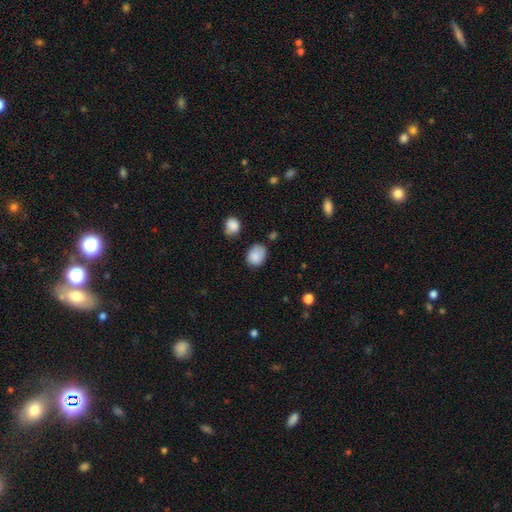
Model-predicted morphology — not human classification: smooth-or-featured: smooth: 86% | star or artifact: 9% | featured or disk: 5%
  how-rounded: in between: 59% | round: 40% | cigar-shaped: 1%
  merging: none: 62% | minor disturbance: 29% | major disturbance: 6% | merger: 3%